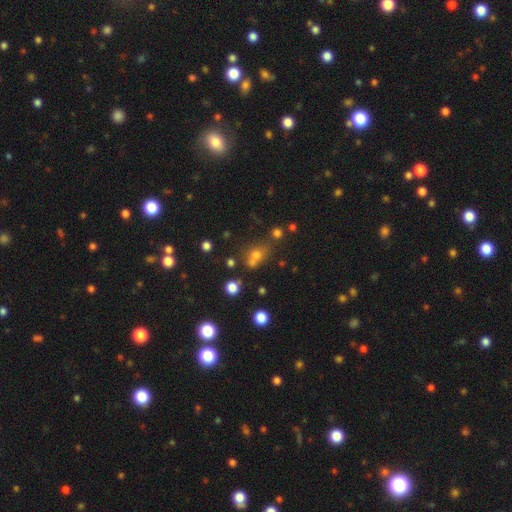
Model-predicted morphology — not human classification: smooth 61%, star or artifact 26%, featured or disk 13%. Down the decision tree: how rounded — round (57%); merging — none (47%).